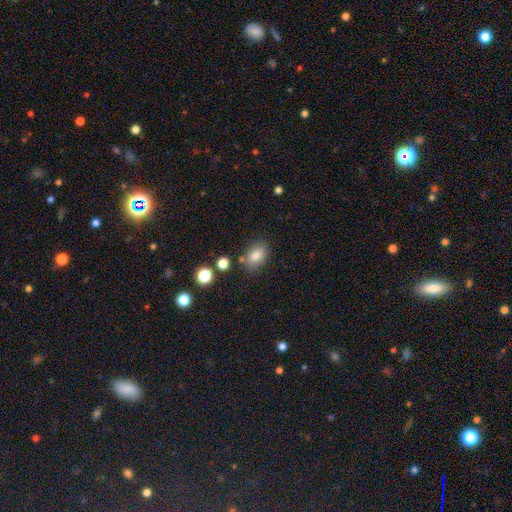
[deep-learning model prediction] Q: Smooth or featured?
A: smooth (81%); runner-up: star or artifact (10%)
Q: How rounded?
A: in between (81%); runner-up: round (17%)
Q: Merging?
A: none (78%); runner-up: minor disturbance (13%)